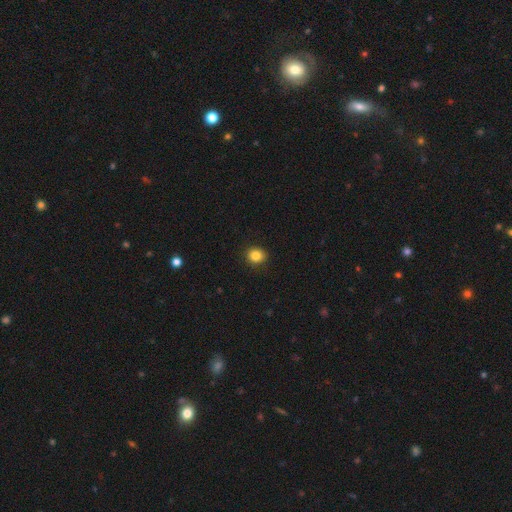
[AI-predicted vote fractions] Smooth or featured: smooth — 85% (star or artifact — 11%)
How rounded: round — 81% (in between — 18%)
Merging: none — 90% (minor disturbance — 7%)